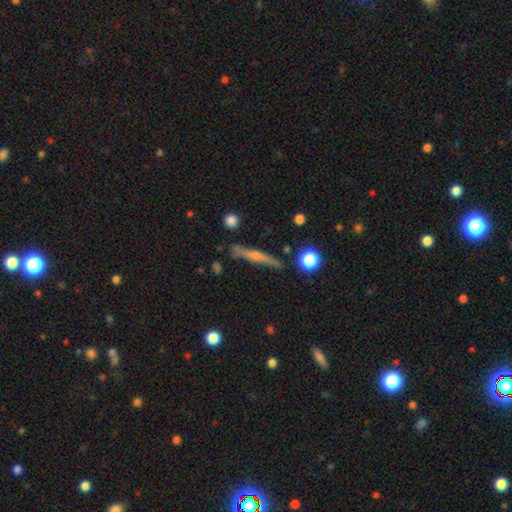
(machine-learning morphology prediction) A featured or disk galaxy (60%) viewed edge-on (96%) with a rounded central bulge (63%). Merging: none (85%).